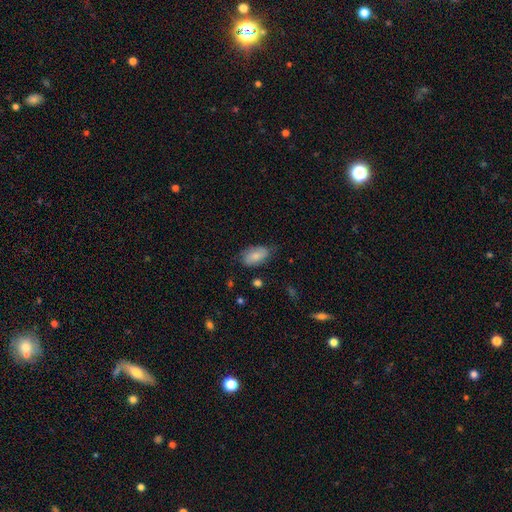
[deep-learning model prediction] smooth_or_featured: smooth (p=0.75) [alt: featured or disk p=0.18]
how_rounded: in between (p=0.93) [alt: round p=0.04]
merging: none (p=0.66) [alt: minor disturbance p=0.26]